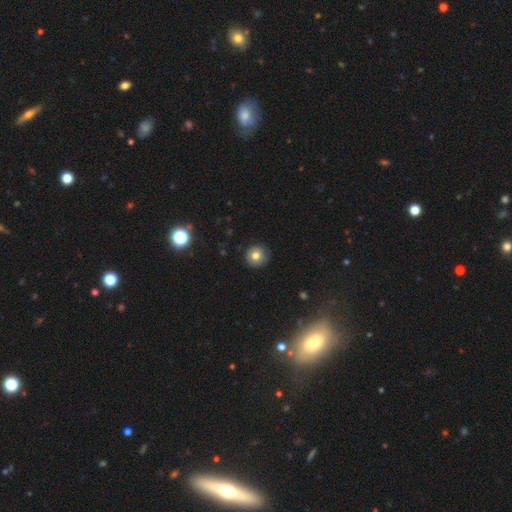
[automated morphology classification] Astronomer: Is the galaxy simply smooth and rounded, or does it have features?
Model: smooth — 75%.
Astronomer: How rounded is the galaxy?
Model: round — 95%.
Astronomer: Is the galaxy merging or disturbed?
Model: none — 89%.